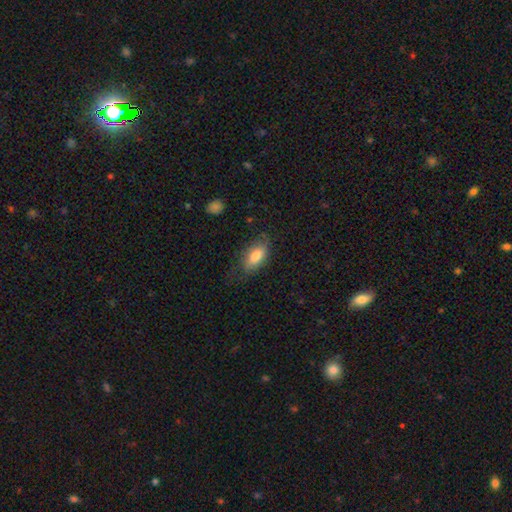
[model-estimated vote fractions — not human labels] Morphology: type=smooth (80%); roundness=in between (88%); merging=none (66%).